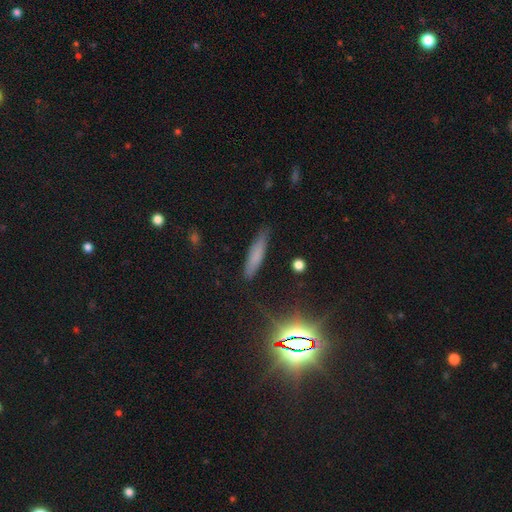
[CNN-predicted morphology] Q: Smooth or featured?
A: smooth (68%); runner-up: featured or disk (17%)
Q: How rounded?
A: cigar-shaped (81%); runner-up: in between (17%)
Q: Merging?
A: none (83%); runner-up: minor disturbance (13%)